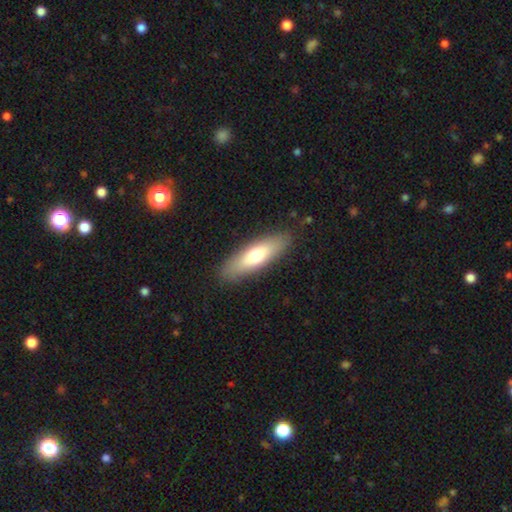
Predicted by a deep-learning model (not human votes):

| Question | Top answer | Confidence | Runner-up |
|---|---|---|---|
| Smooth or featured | smooth | 66% | featured or disk (28%) |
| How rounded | cigar-shaped | 49% | in between (48%) |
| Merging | none | 88% | minor disturbance (9%) |